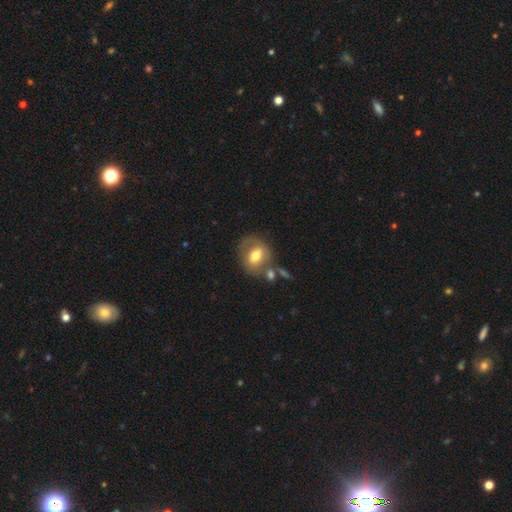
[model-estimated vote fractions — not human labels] smooth 56%, featured or disk 36%, star or artifact 7%. Down the decision tree: how rounded — in between (49%, tied with round); merging — none (59%).